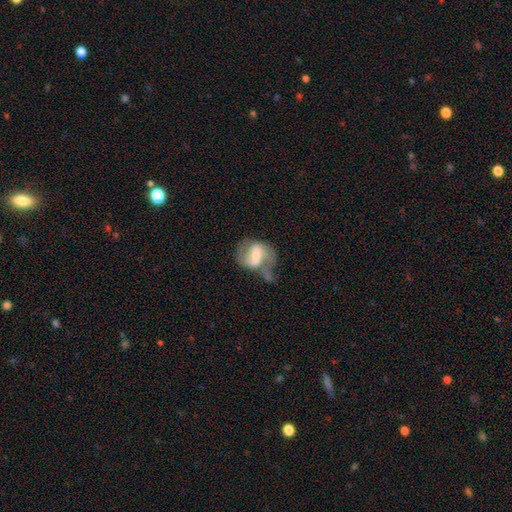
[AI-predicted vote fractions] A featured or disk galaxy (71%) with a weak bar (48%), 2 (80%) medium (48%) spiral arms (84%) and a moderate central bulge (48%). Merging: none (36%).